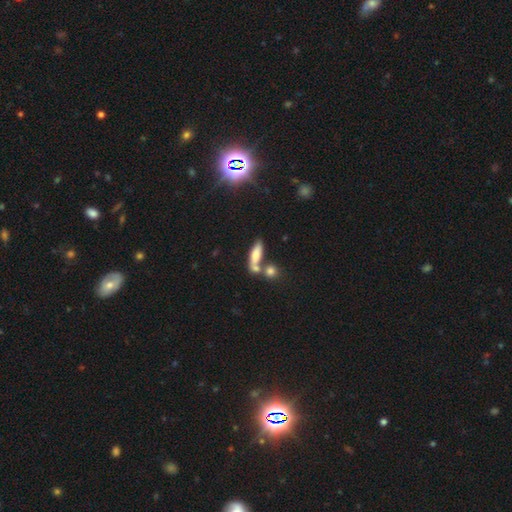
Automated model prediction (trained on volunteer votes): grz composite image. It shows a smooth galaxy with no disk features (70%) that is cigar-shaped (48%). Merging: none (48%).